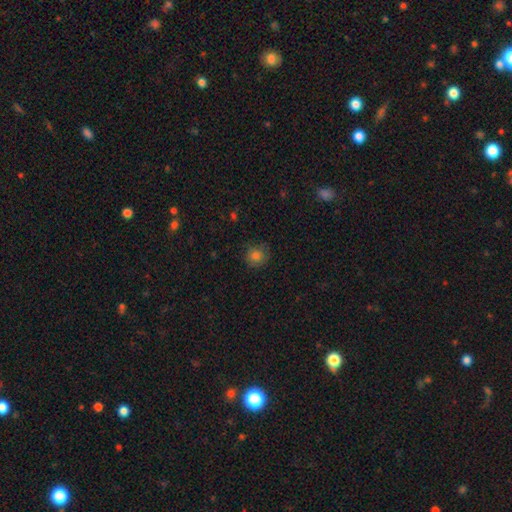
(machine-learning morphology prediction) Overall: smooth (80%). How rounded: round (89%). Merging: none (80%).